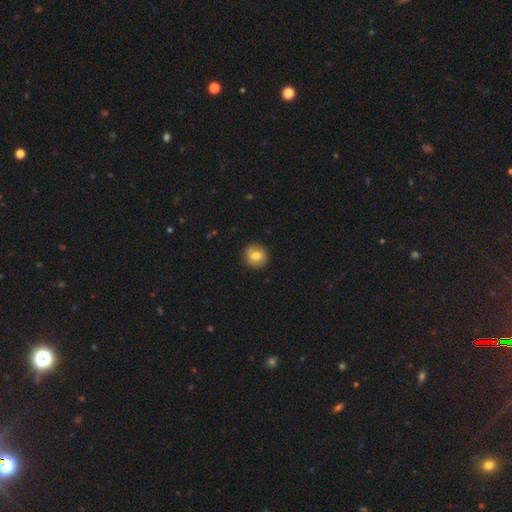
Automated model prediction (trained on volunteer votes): Smooth or featured: smooth — 75% (featured or disk — 16%)
How rounded: round — 92% (in between — 7%)
Merging: none — 88% (minor disturbance — 9%)